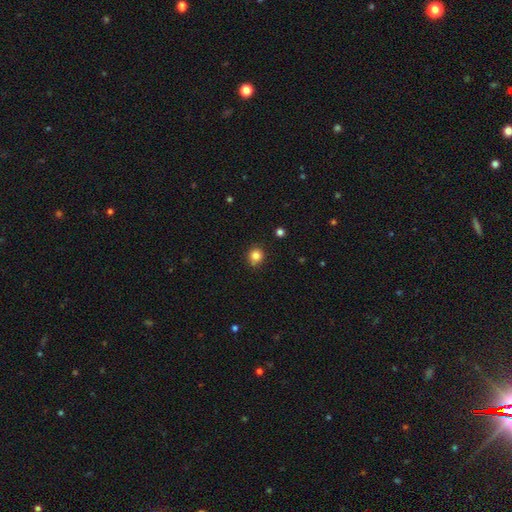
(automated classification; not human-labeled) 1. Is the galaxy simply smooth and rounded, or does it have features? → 83% smooth, 12% star or artifact, 5% featured or disk.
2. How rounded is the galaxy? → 86% round, 13% in between, 1% cigar-shaped.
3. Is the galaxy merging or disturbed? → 83% none, 13% minor disturbance, 2% major disturbance, 2% merger.